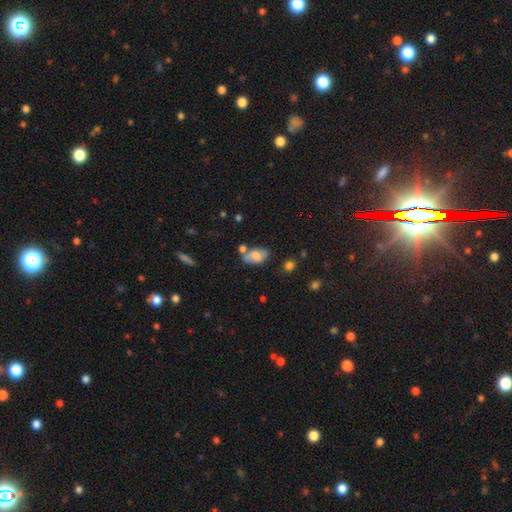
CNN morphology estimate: Q: Smooth or featured?
A: smooth (65%); runner-up: featured or disk (26%)
Q: How rounded?
A: in between (90%); runner-up: round (8%)
Q: Merging?
A: none (51%); runner-up: minor disturbance (22%)